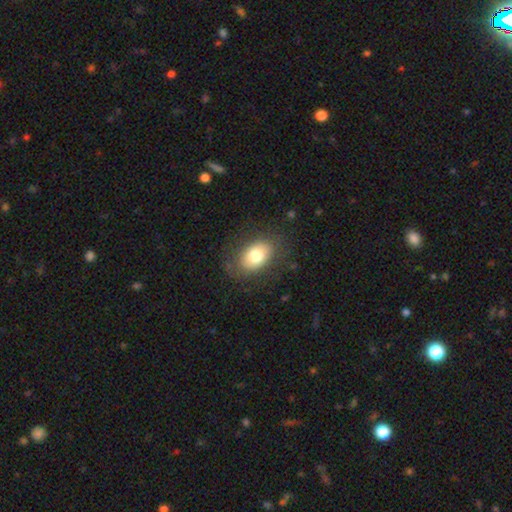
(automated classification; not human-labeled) Smooth or featured? smooth (75%)
How rounded? in between (83%)
Merging? none (79%)